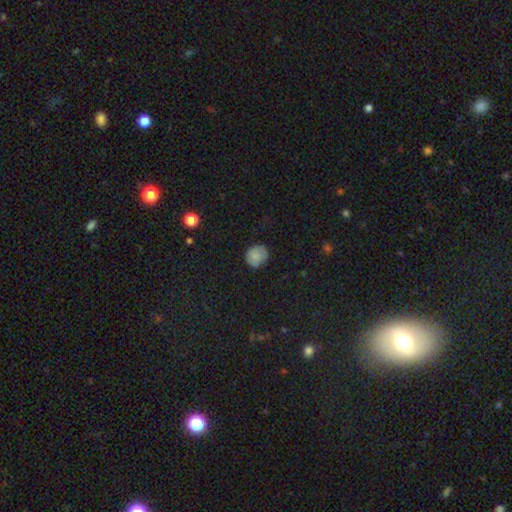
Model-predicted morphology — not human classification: Smooth or featured? smooth (82%)
How rounded? round (78%)
Merging? none (74%)